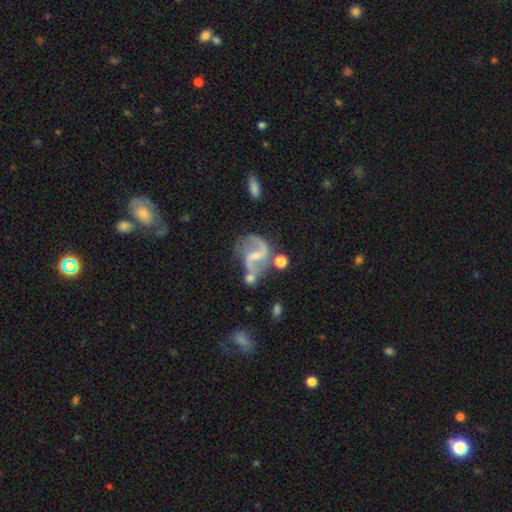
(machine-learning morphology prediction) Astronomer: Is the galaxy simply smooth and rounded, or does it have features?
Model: featured or disk — 87%.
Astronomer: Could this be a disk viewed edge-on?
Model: no — 98%.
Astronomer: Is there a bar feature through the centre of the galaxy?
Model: weak — 49% (runner-up: strong, 29%).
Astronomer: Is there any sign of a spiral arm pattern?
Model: yes — 95%.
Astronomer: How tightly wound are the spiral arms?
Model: loose — 56% (runner-up: medium, 37%).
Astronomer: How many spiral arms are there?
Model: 2 — 91%.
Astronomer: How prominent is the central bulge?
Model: small — 62%.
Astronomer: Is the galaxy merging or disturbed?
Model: none — 48%.